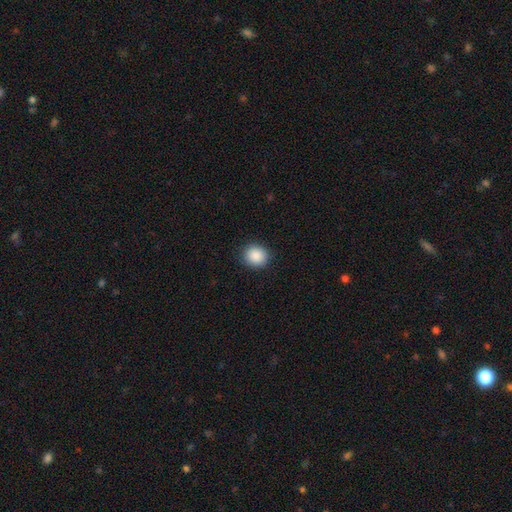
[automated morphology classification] The model was most divided on "how rounded": round: 83%, in between: 16%, cigar-shaped: 1%. More confident: merging — none (90%); smooth or featured — smooth (89%).